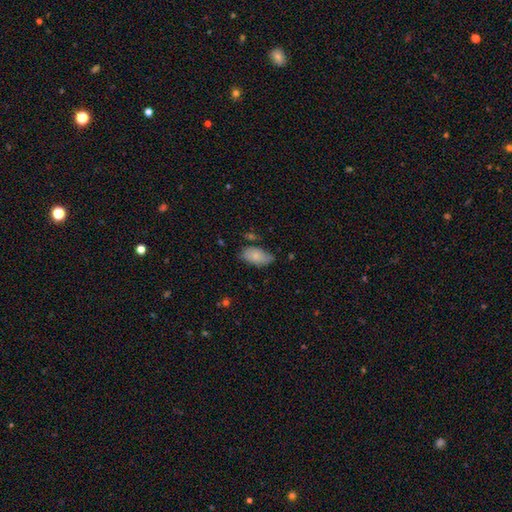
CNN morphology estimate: Smooth or featured? Predicted: smooth (p=0.80). How rounded? Predicted: in between (p=0.94). Merging? Predicted: none (p=0.64).